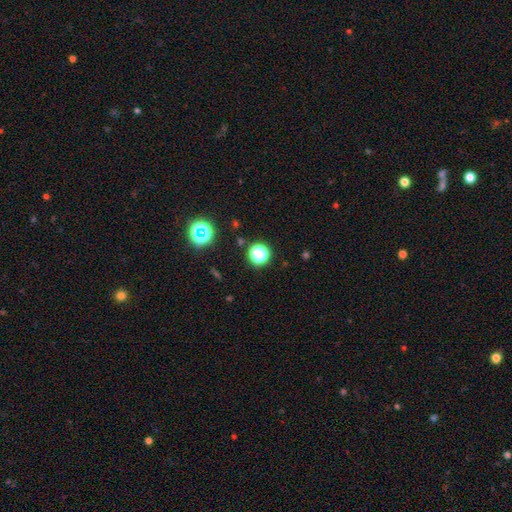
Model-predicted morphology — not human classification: This is possibly a smooth galaxy (46%, tied with star or artifact). Merging: clearly none (80%).